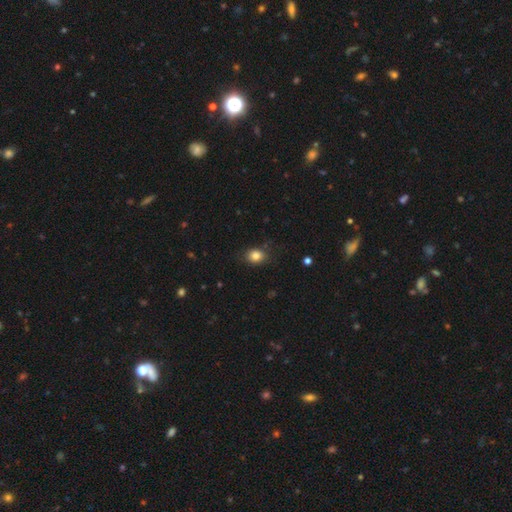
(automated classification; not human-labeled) This is clearly a smooth galaxy (83%). How rounded: possibly round (53%). Merging: clearly none (80%).